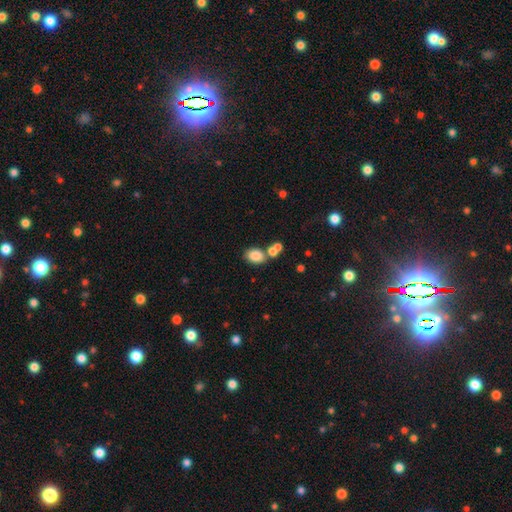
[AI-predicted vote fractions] Q: Smooth or featured?
A: smooth (83%); runner-up: star or artifact (9%)
Q: How rounded?
A: in between (78%); runner-up: round (21%)
Q: Merging?
A: none (59%); runner-up: merger (25%)